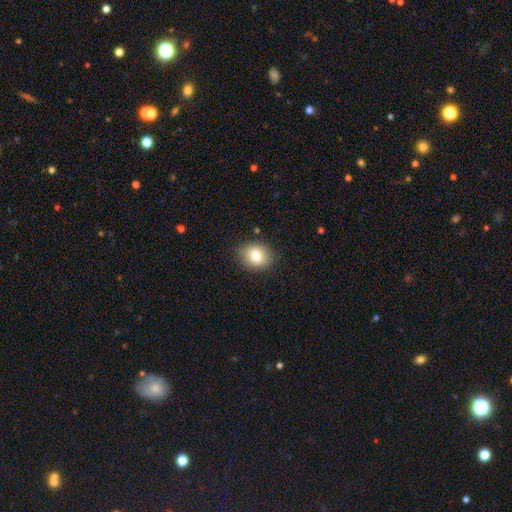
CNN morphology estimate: type=smooth (80%); roundness=round (53%); merging=none (86%).